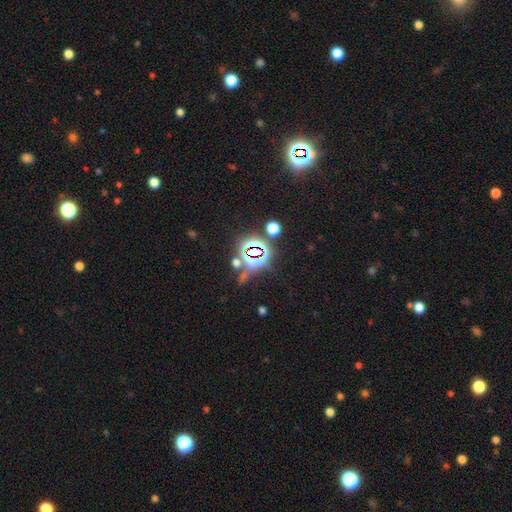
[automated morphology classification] The model was most divided on "smooth or featured": star or artifact: 83%, smooth: 10%, featured or disk: 7%.